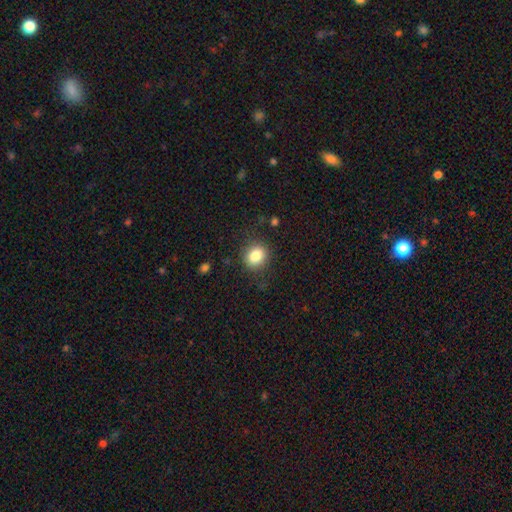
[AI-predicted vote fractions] smooth 84%, star or artifact 10%, featured or disk 6%. Down the decision tree: how rounded — round (67%); merging — none (84%).